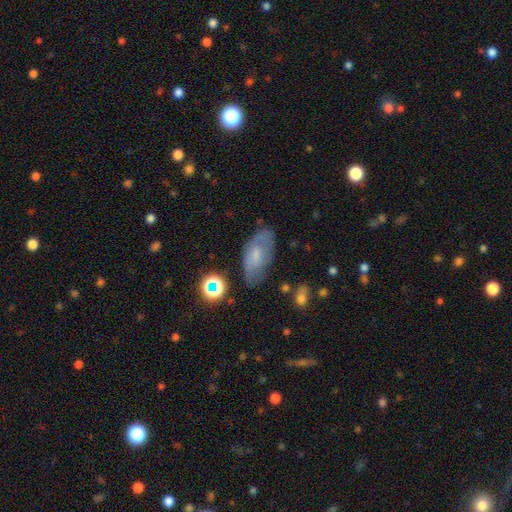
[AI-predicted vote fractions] A smooth galaxy with no disk features (47%).

Vote fractions:
- Smooth or featured? smooth: 47% / featured or disk: 41% / star or artifact: 12%
- Merging? none: 64% / minor disturbance: 24% / major disturbance: 10% / merger: 3%